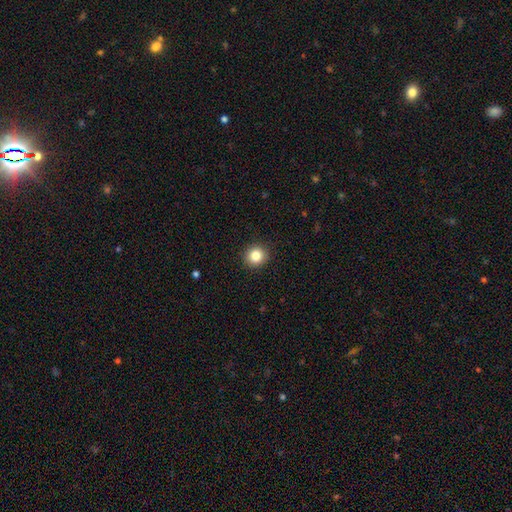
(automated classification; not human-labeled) smooth_or_featured: smooth (p=0.85) [alt: star or artifact p=0.10]
how_rounded: round (p=0.91) [alt: in between p=0.08]
merging: none (p=0.92) [alt: minor disturbance p=0.06]